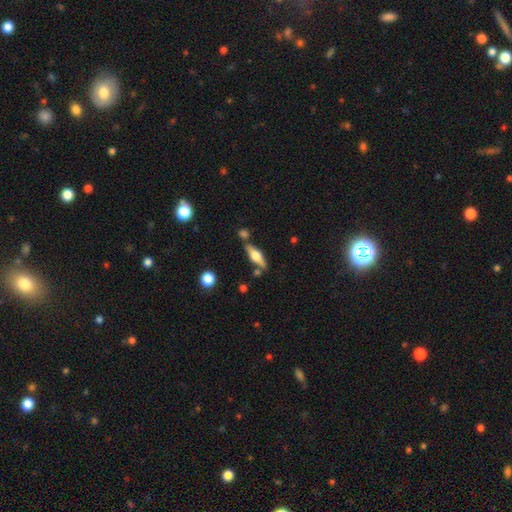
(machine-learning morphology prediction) This is likely a featured or disk galaxy (61%). It is clearly viewed edge-on (94%). Edge-on bulge: clearly rounded (93%). Merging: likely none (73%).